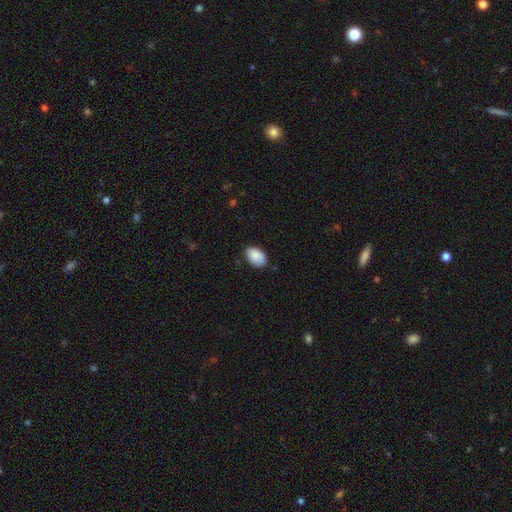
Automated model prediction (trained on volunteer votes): Smooth or featured? Predicted: smooth (p=0.89). How rounded? Predicted: in between (p=0.89). Merging? Predicted: none (p=0.77).